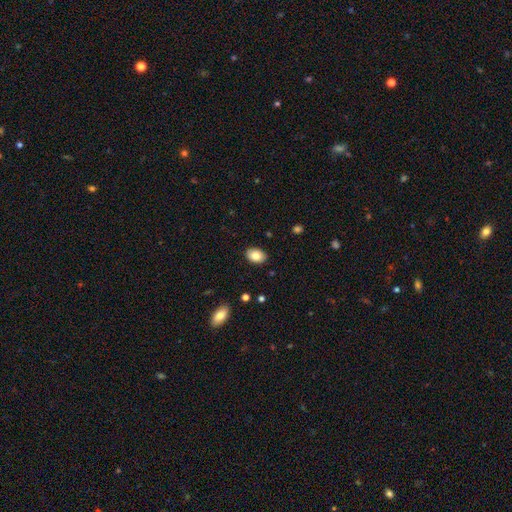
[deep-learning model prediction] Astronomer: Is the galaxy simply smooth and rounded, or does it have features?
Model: smooth — 83%.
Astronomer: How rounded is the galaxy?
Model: in between — 83%.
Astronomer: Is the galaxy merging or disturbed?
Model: none — 88%.